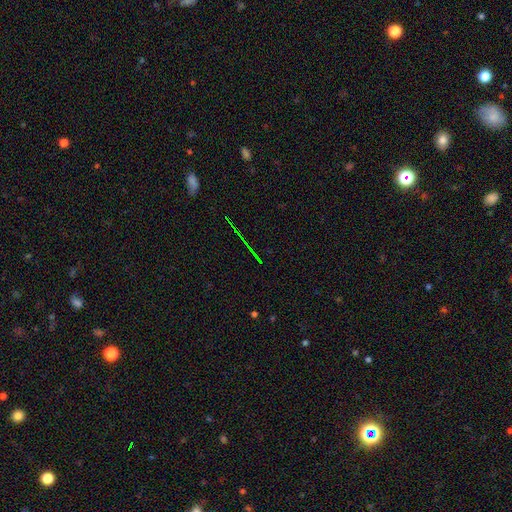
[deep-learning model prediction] star or artifact 78%, featured or disk 12%, smooth 10%.